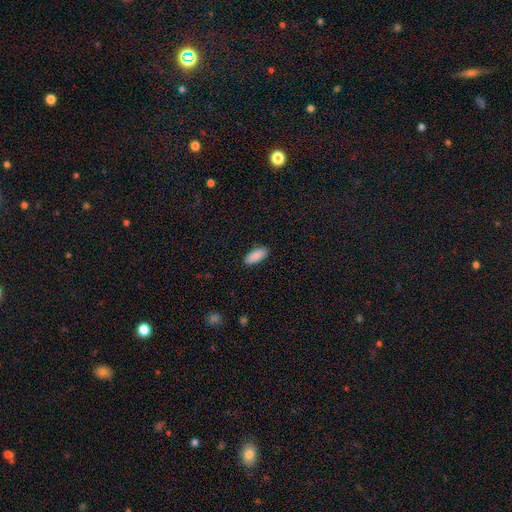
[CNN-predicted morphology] This is clearly a smooth galaxy (90%). How rounded: clearly in between (87%). Merging: clearly none (88%).